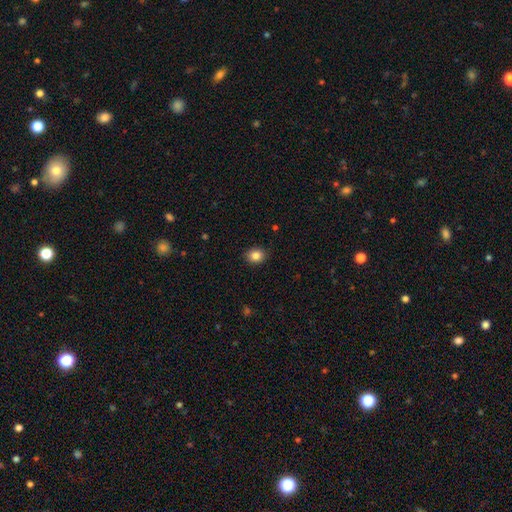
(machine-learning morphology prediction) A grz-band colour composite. It shows a smooth galaxy with no disk features (85%) that is round (59%). Merging: none (90%).